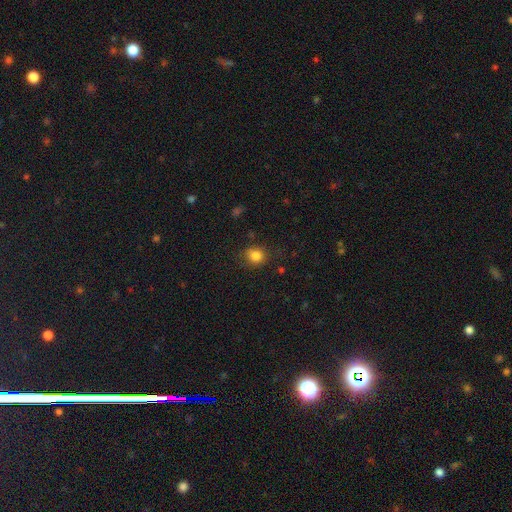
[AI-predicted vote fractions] Smooth or featured? Predicted: smooth (p=0.82). How rounded? Predicted: round (p=0.71). Merging? Predicted: none (p=0.79).